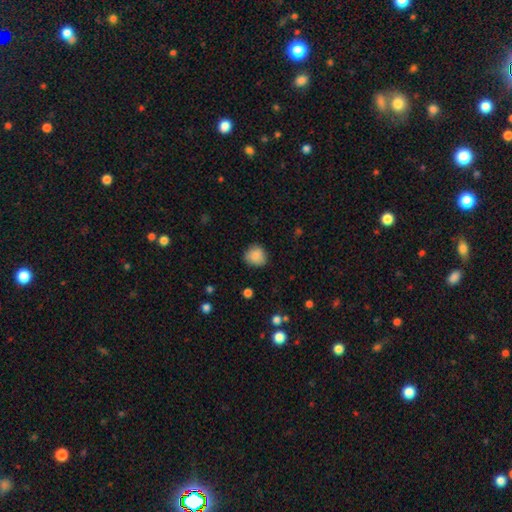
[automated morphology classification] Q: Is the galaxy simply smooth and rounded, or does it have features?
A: smooth — 87%.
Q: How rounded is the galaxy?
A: round — 82%.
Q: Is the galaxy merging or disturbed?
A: none — 80%.